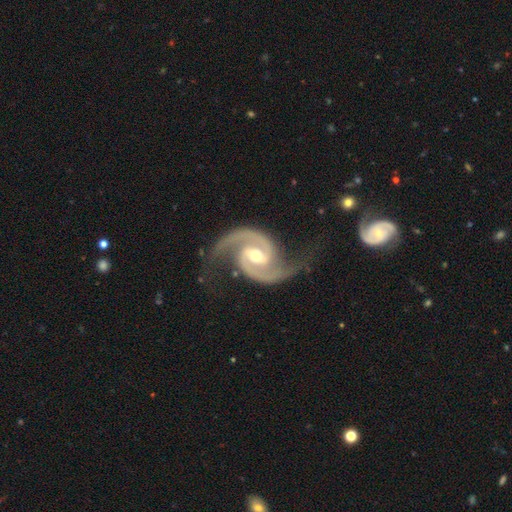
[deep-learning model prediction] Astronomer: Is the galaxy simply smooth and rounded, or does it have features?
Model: featured or disk — 94%.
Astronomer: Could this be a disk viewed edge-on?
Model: no — 98%.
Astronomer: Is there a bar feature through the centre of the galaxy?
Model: weak — 48% (runner-up: strong, 29%).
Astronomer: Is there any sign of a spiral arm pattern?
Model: yes — 99%.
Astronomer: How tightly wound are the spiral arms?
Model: medium — 63%.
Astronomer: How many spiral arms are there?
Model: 2 — 95%.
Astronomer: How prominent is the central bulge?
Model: moderate — 72%.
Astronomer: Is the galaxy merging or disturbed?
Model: none — 74%.